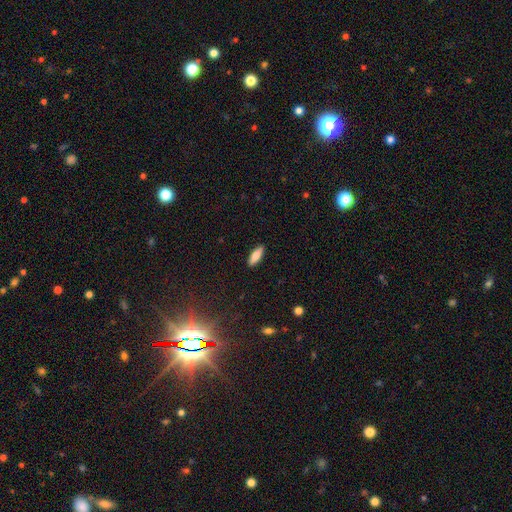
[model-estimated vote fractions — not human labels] A smooth galaxy with no disk features (76%) that is in between round and cigar-shaped (54%). Merging: none (90%).